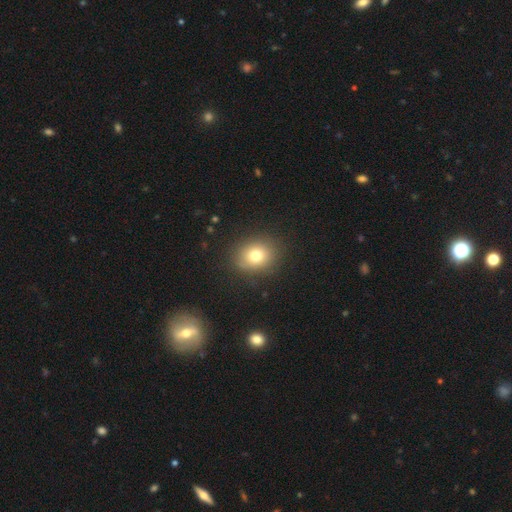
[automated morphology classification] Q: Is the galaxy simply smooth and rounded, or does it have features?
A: smooth — 75%.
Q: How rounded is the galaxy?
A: round — 65%.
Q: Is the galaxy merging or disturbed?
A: none — 86%.